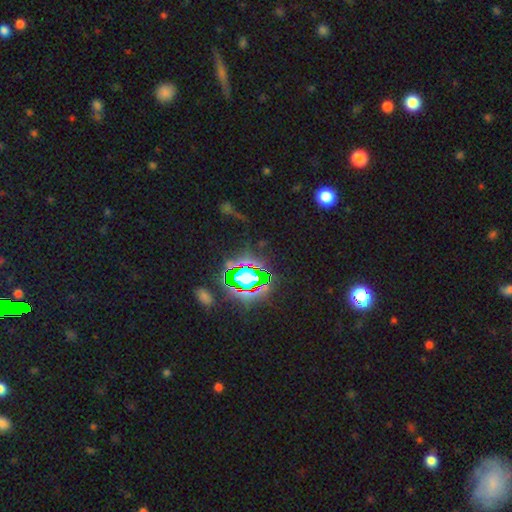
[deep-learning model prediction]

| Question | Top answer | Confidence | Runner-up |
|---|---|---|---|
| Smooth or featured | star or artifact | 81% | smooth (11%) |